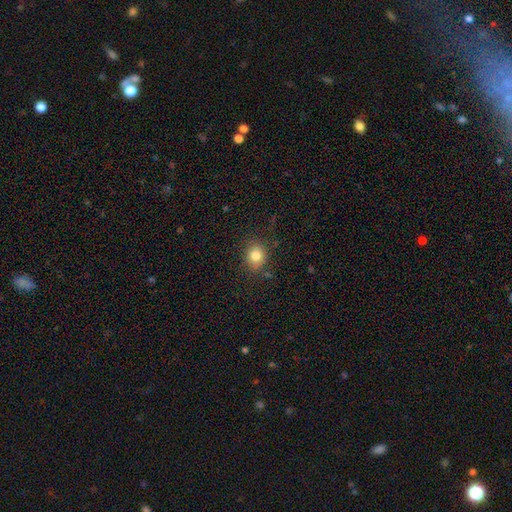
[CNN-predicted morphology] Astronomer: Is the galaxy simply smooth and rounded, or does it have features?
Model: smooth — 82%.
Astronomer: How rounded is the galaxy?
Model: round — 71%.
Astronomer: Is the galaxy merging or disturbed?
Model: none — 81%.